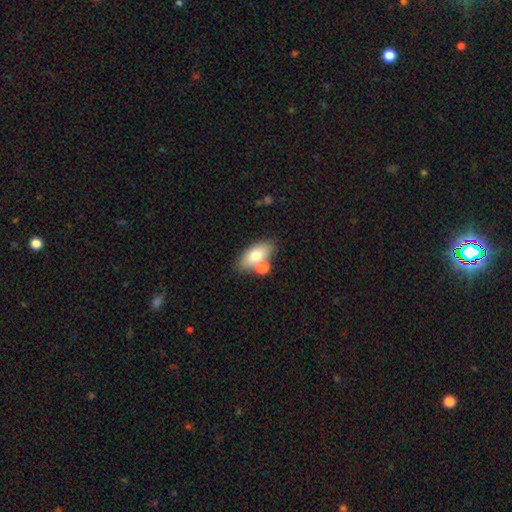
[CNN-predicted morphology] The model was most divided on "merging": none: 59%, merger: 26%, minor disturbance: 11%, major disturbance: 4%. More confident: how rounded — in between (84%); smooth or featured — smooth (71%).